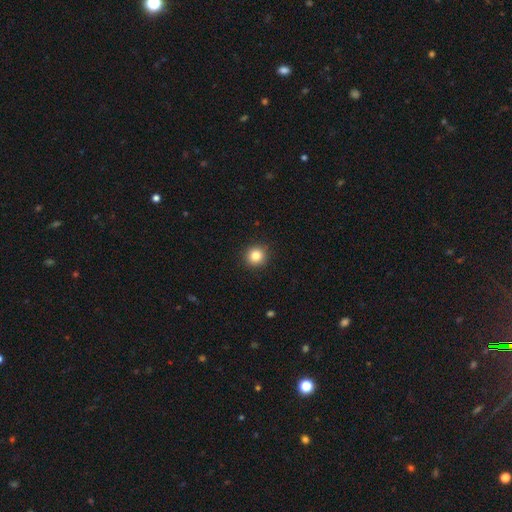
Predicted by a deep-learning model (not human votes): The model was most divided on "smooth or featured": smooth: 84%, star or artifact: 11%, featured or disk: 5%. More confident: how rounded — round (93%); merging — none (92%).